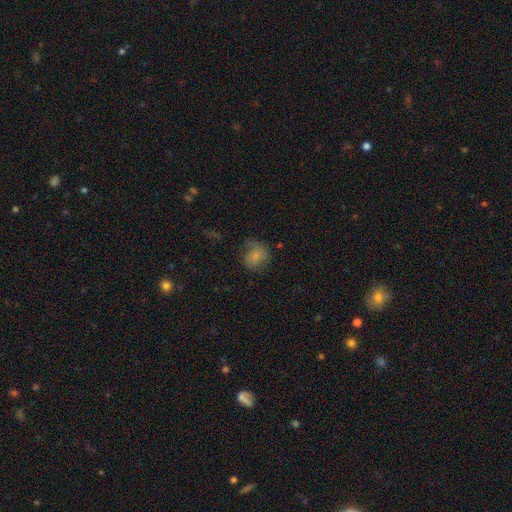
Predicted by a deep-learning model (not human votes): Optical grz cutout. It shows a smooth galaxy with no disk features (68%) that is round (71%). Merging: none (50%).